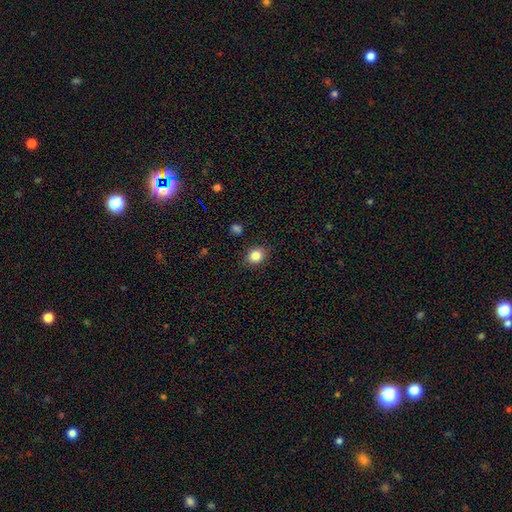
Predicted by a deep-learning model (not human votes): smooth 84%, star or artifact 10%, featured or disk 6%. Down the decision tree: how rounded — round (62%); merging — none (86%).